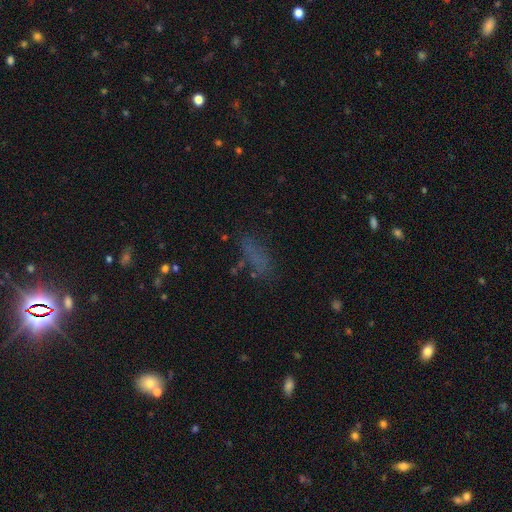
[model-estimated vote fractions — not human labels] A smooth galaxy with no disk features (59%) that is in between round and cigar-shaped (61%).

Vote fractions:
- Smooth or featured? smooth: 59% / star or artifact: 25% / featured or disk: 16%
- How rounded? in between: 61% / cigar-shaped: 33% / round: 6%
- Merging? none: 60% / minor disturbance: 19% / major disturbance: 16% / merger: 5%